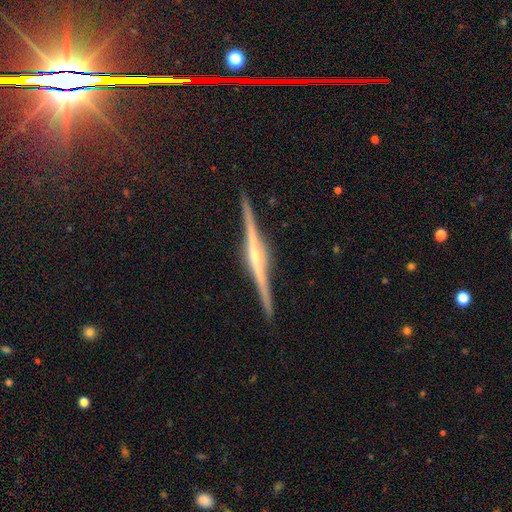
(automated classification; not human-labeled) The model was most divided on "edge-on bulge": rounded: 78%, boxy: 12%, none: 9%. More confident: edge-on disk — yes (99%); merging — none (92%); smooth or featured — featured or disk (87%).